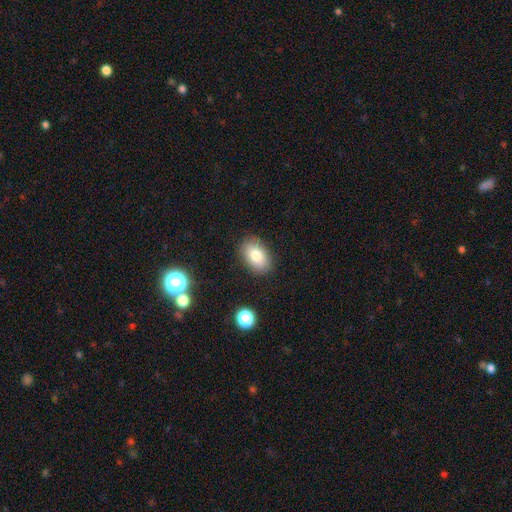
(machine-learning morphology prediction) Smooth or featured: smooth — 80% (featured or disk — 11%)
How rounded: in between — 88% (round — 11%)
Merging: none — 86% (minor disturbance — 10%)